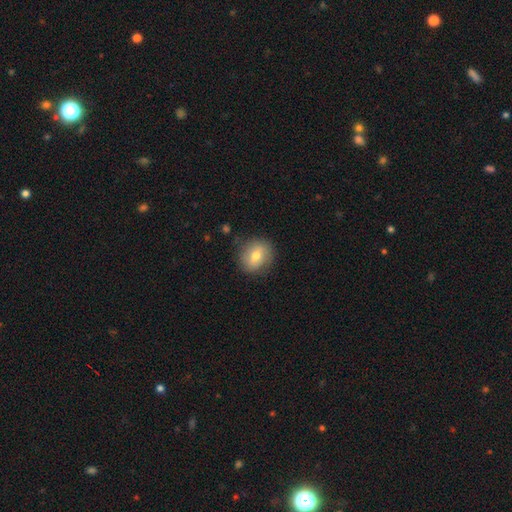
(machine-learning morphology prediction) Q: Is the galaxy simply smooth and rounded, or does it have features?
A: smooth — 69%.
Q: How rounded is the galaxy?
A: round — 69%.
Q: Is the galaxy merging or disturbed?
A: none — 83%.